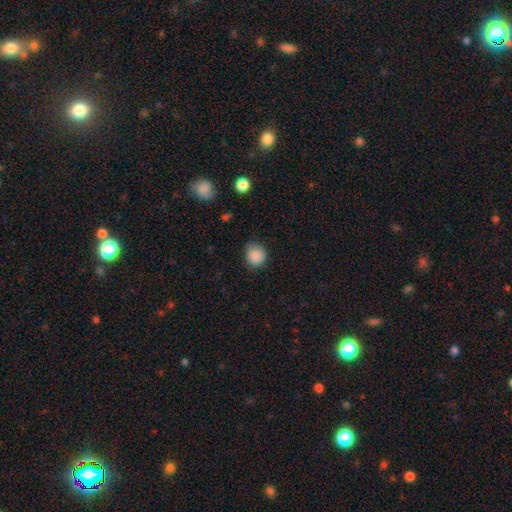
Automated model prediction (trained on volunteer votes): smooth-or-featured: smooth: 87% | star or artifact: 9% | featured or disk: 4%
  how-rounded: round: 74% | in between: 25% | cigar-shaped: 1%
  merging: none: 65% | minor disturbance: 28% | major disturbance: 6% | merger: 1%